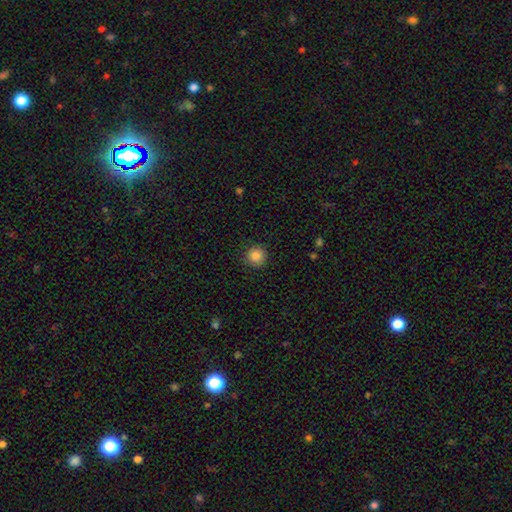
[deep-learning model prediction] Morphology: type=smooth (86%); roundness=round (95%); merging=none (89%).